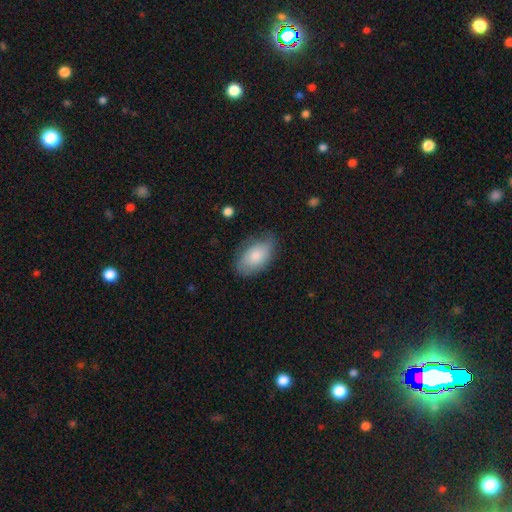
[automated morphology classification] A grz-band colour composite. It shows a smooth galaxy with no disk features (79%) that is in between round and cigar-shaped (93%). Merging: none (71%).